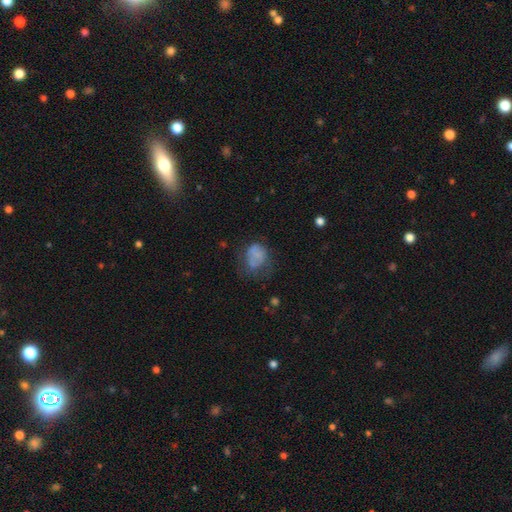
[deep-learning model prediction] A smooth galaxy with no disk features (65%) that is in between round and cigar-shaped (54%).

Vote fractions:
- Smooth or featured? smooth: 65% / featured or disk: 23% / star or artifact: 12%
- How rounded? in between: 54% / round: 45% / cigar-shaped: 1%
- Merging? major disturbance: 34% / none: 33% / minor disturbance: 29% / merger: 5%